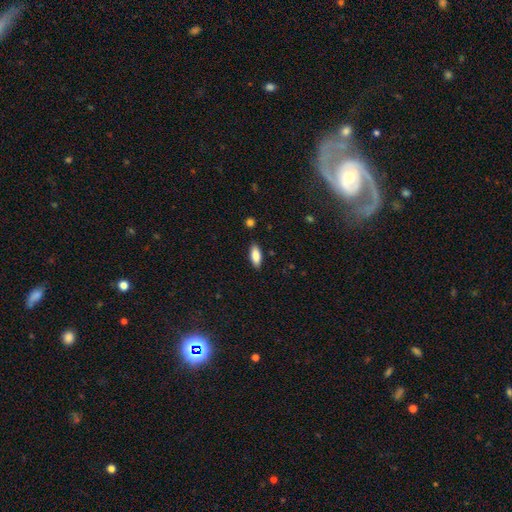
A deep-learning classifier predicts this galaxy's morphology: Smooth or featured? Predicted: smooth (p=0.85). How rounded? Predicted: in between (p=0.77). Merging? Predicted: none (p=0.87).